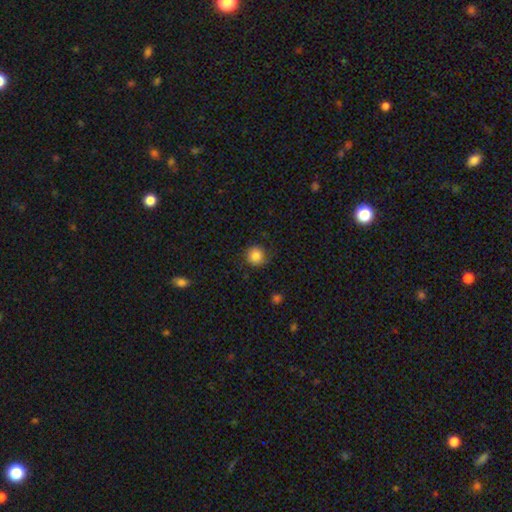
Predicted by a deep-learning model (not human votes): A smooth galaxy with no disk features (85%) that is round (91%).

Vote fractions:
- Smooth or featured? smooth: 85% / star or artifact: 9% / featured or disk: 6%
- How rounded? round: 91% / in between: 8% / cigar-shaped: 1%
- Merging? none: 77% / minor disturbance: 17% / major disturbance: 5% / merger: 1%